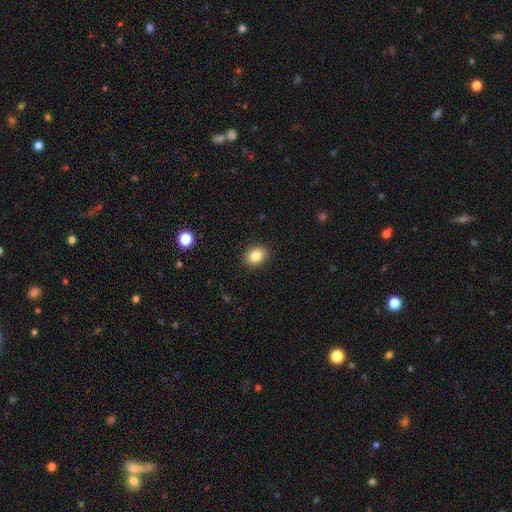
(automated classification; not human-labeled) A smooth galaxy with no disk features (84%) that is in between round and cigar-shaped (50%).

Vote fractions:
- Smooth or featured? smooth: 84% / star or artifact: 10% / featured or disk: 6%
- How rounded? in between: 50% / round: 49% / cigar-shaped: 1%
- Merging? none: 90% / minor disturbance: 7% / major disturbance: 2% / merger: 1%